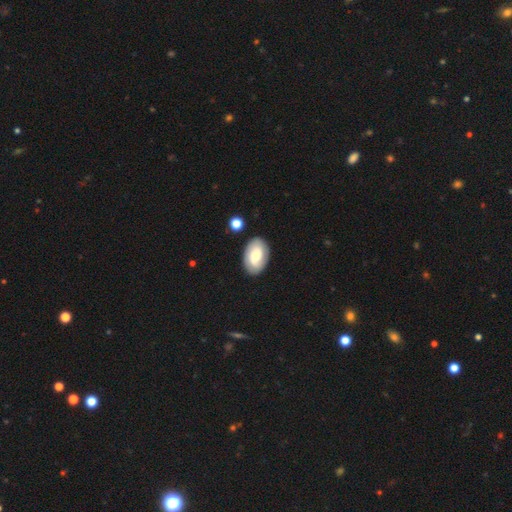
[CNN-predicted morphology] This appears to be a smooth galaxy with no disk features (60%) that is in between round and cigar-shaped (90%). Merging: none (83%).